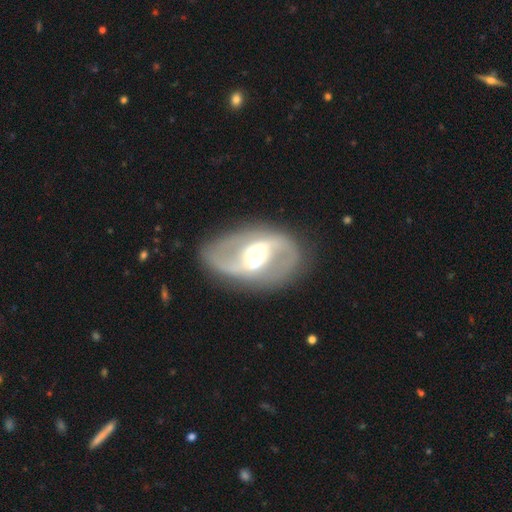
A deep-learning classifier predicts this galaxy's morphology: A featured or disk galaxy (83%) with a strong bar (43%), 2 (90%) medium (47%) spiral arms (81%) and a moderate central bulge (57%).

Vote fractions:
- Smooth or featured? featured or disk: 83% / smooth: 12% / star or artifact: 5%
- Edge-on disk? no: 95% / yes: 5%
- Bar? strong: 43% / weak: 36% / no: 20%
- Spiral arms? yes: 81% / no: 19%
- Spiral winding? medium: 47% / loose: 35% / tight: 18%
- Spiral arm count? 2: 90% / can't tell: 5% / 1: 2% / 3: 1% / 4: 1% / more than 4: 1%
- Bulge size? moderate: 57% / large: 25% / small: 14% / dominant: 3% / none: 1%
- Merging? none: 81% / minor disturbance: 11% / major disturbance: 7% / merger: 2%